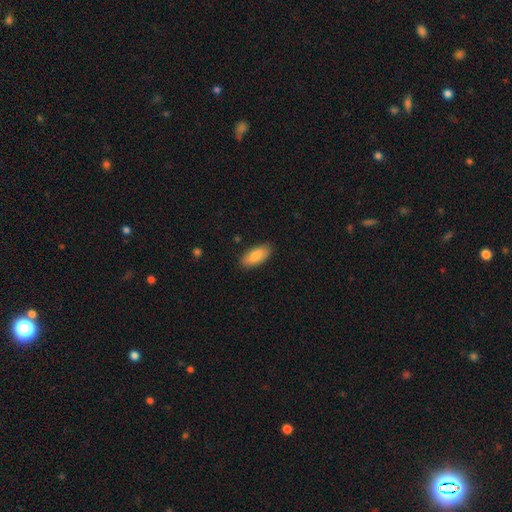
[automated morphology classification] smooth_or_featured: smooth (p=0.85) [alt: featured or disk p=0.09]
how_rounded: in between (p=0.87) [alt: cigar-shaped p=0.11]
merging: none (p=0.86) [alt: minor disturbance p=0.10]